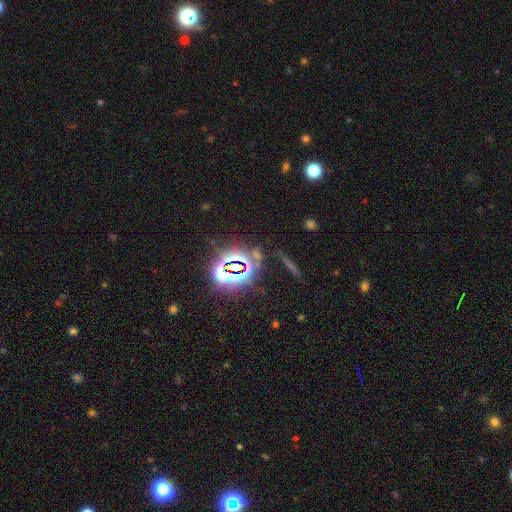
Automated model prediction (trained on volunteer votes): Overall: star or artifact (67%).